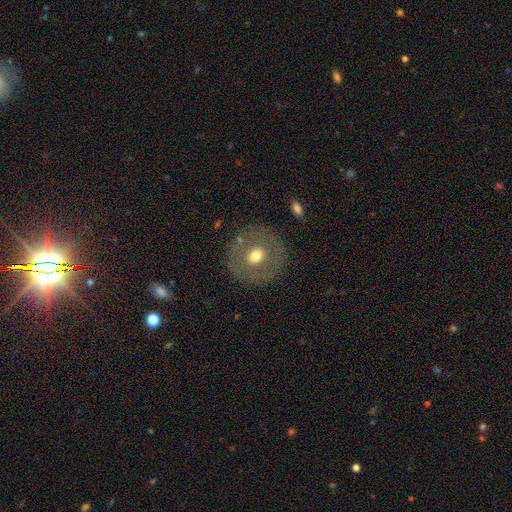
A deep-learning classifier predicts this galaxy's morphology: The model was most divided on "smooth or featured": smooth: 53%, featured or disk: 39%, star or artifact: 8%. More confident: how rounded — round (89%); merging — none (84%).